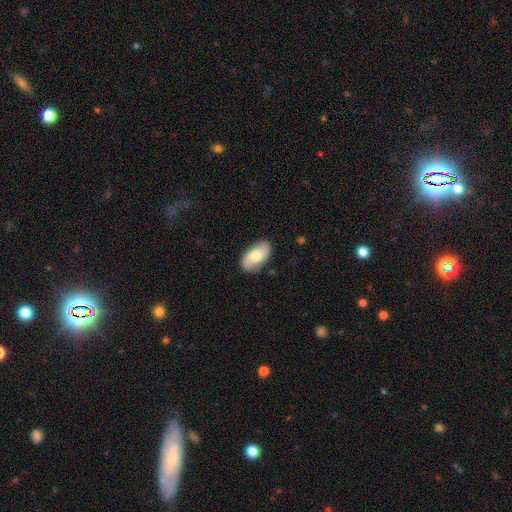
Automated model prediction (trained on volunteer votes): Smooth or featured: featured or disk — 47% (tied with smooth — 47%)
Merging: none — 79% (minor disturbance — 16%)